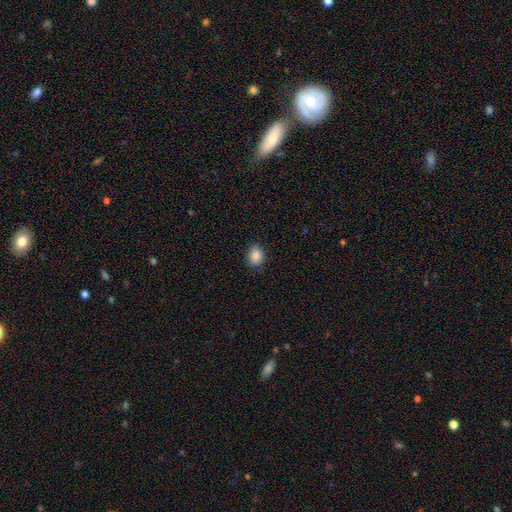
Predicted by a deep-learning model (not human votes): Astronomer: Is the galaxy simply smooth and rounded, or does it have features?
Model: smooth — 88%.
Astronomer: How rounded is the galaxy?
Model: round — 50% (runner-up: in between, 49%).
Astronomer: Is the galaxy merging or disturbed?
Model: none — 88%.